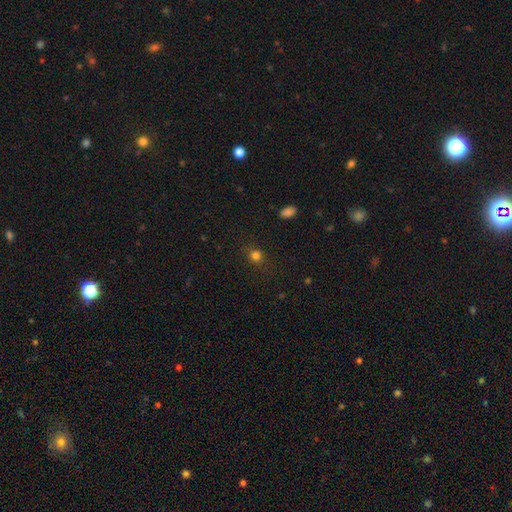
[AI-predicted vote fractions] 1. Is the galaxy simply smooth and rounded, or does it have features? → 79% smooth, 16% star or artifact, 5% featured or disk.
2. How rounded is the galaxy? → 81% round, 17% in between, 1% cigar-shaped.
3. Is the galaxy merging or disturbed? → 84% none, 11% minor disturbance, 4% major disturbance, 1% merger.